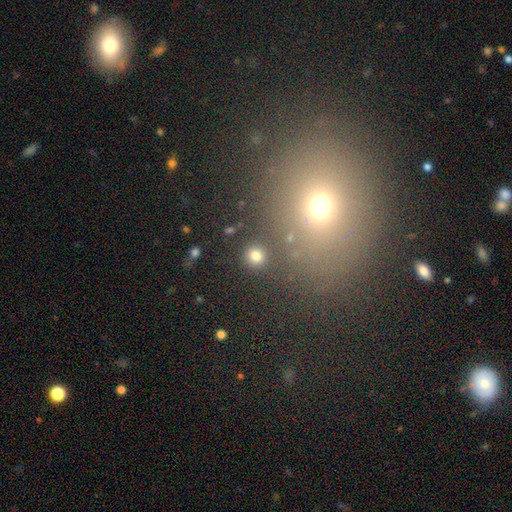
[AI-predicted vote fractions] Overall: smooth (80%). How rounded: round (91%). Merging: none (87%).